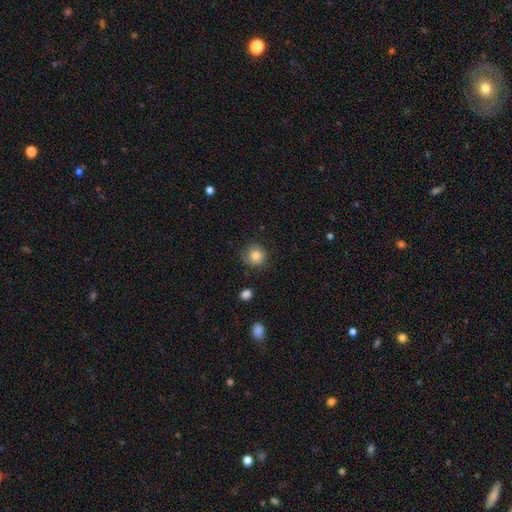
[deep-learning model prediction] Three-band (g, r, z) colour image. It shows a smooth galaxy with no disk features (83%) that is round (91%). Merging: none (81%).